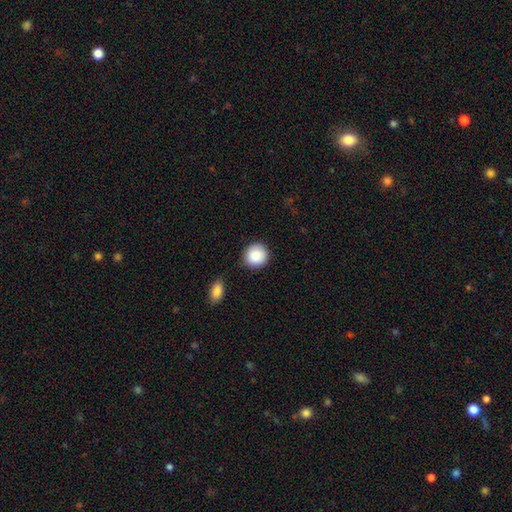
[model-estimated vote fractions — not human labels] This appears to be a smooth galaxy with no disk features (89%) that is round (93%). Merging: none (84%).